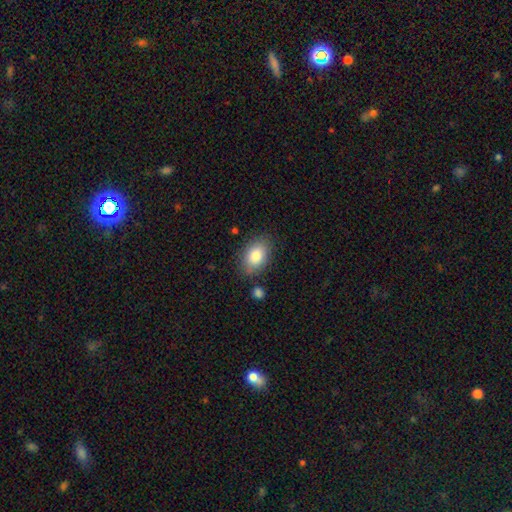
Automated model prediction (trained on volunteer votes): This appears to be a smooth galaxy with no disk features (83%) that is in between round and cigar-shaped (87%). Merging: none (79%).